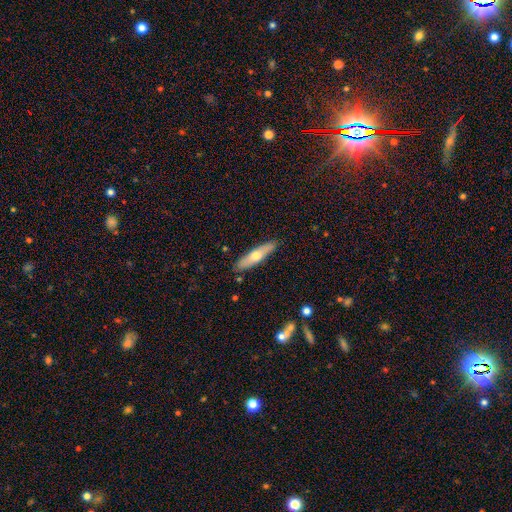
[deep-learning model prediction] smooth_or_featured: smooth (p=0.53) [alt: featured or disk p=0.41]
how_rounded: cigar-shaped (p=0.76) [alt: in between p=0.22]
merging: none (p=0.87) [alt: minor disturbance p=0.10]